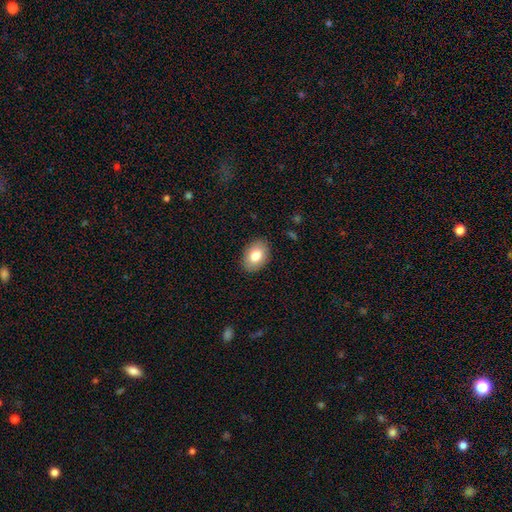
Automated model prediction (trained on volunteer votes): This is clearly a smooth galaxy (81%). How rounded: clearly in between (81%). Merging: clearly none (88%).